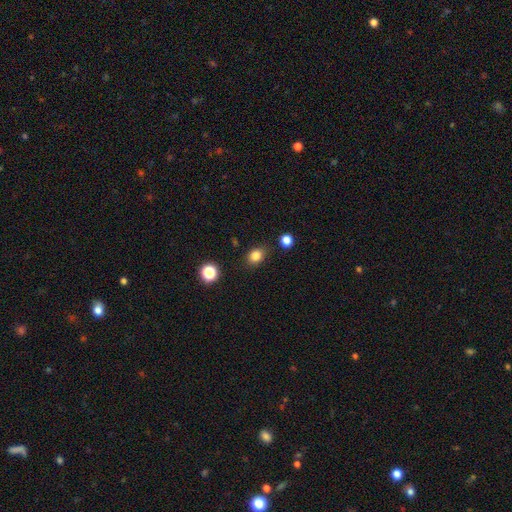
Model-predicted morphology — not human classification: This is clearly a smooth galaxy (83%). How rounded: possibly in between (52%). Merging: clearly none (81%).